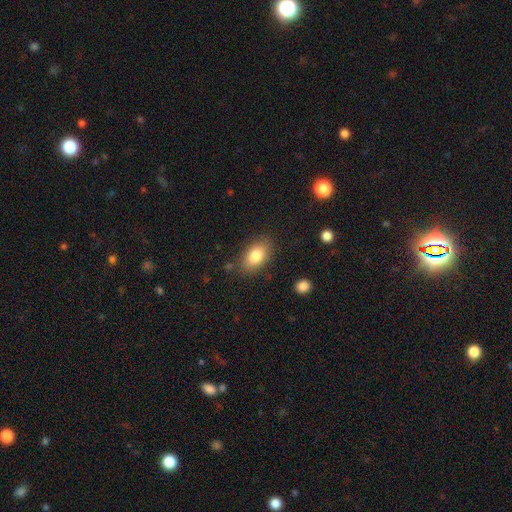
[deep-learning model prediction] A smooth galaxy with no disk features (81%) that is in between round and cigar-shaped (88%). Merging: none (82%).